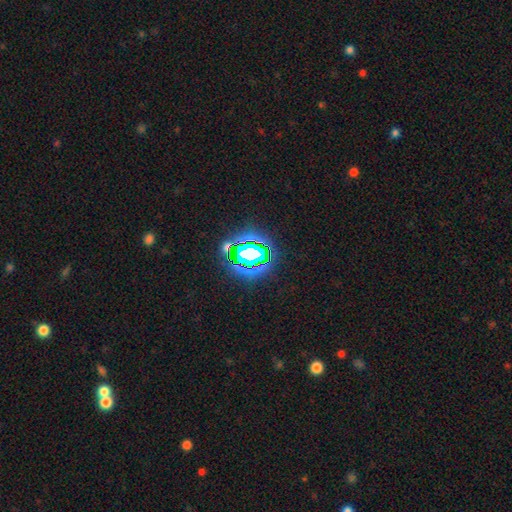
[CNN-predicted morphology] A star or artifact, not a galaxy (65%).